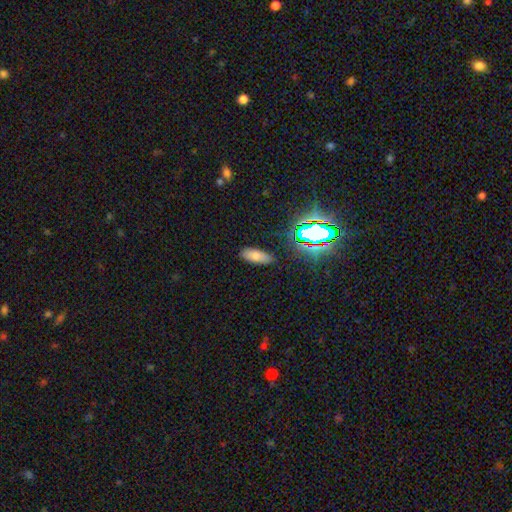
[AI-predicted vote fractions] smooth 62%, star or artifact 25%, featured or disk 13%. Down the decision tree: how rounded — in between (77%); merging — none (86%).